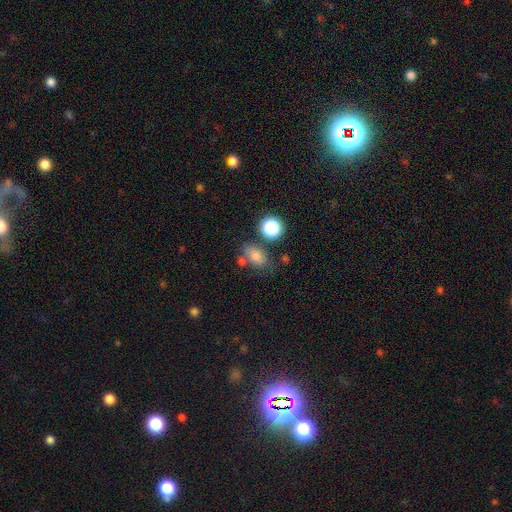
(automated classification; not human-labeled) A smooth galaxy with no disk features (81%) that is in between round and cigar-shaped (77%). Merging: none (58%).